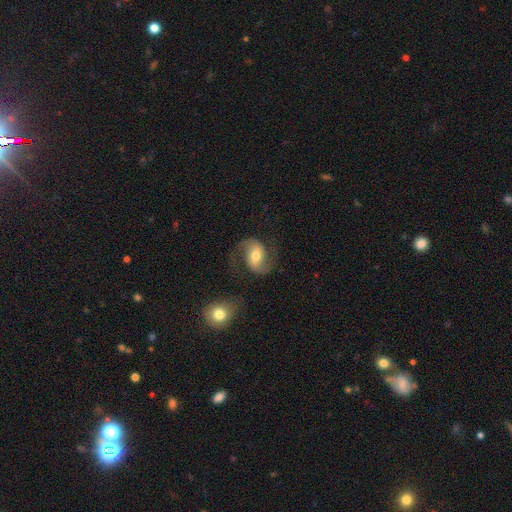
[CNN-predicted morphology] A featured or disk galaxy (80%) with a weak bar (41%), 2 (92%) medium (46%) spiral arms (94%) and a moderate central bulge (68%).

Vote fractions:
- Smooth or featured? featured or disk: 80% / smooth: 14% / star or artifact: 6%
- Edge-on disk? no: 97% / yes: 3%
- Bar? weak: 41% / no: 30% / strong: 29%
- Spiral arms? yes: 94% / no: 6%
- Spiral winding? medium: 46% / loose: 43% / tight: 12%
- Spiral arm count? 2: 92% / can't tell: 3% / 1: 2% / 3: 1% / 4: 1% / more than 4: 1%
- Bulge size? moderate: 68% / small: 21% / large: 8% / none: 1% / dominant: 1%
- Merging? none: 72% / minor disturbance: 15% / major disturbance: 10% / merger: 3%